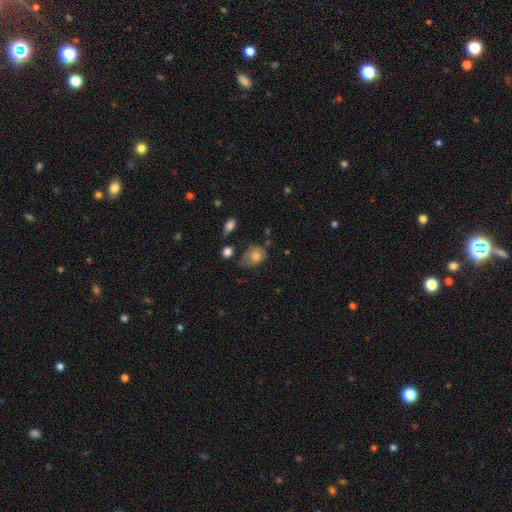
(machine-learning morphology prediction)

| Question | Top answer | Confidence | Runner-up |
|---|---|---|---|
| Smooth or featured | smooth | 70% | featured or disk (20%) |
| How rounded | in between | 59% | round (40%) |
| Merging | minor disturbance | 37% | none (36%) |